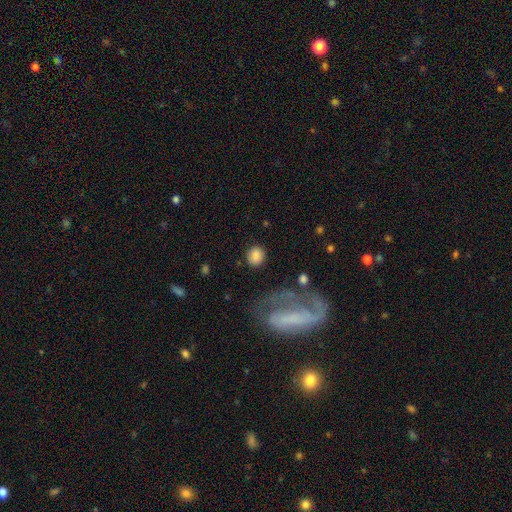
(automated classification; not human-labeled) smooth_or_featured: smooth (p=0.82) [alt: featured or disk p=0.09]
how_rounded: round (p=0.77) [alt: in between p=0.22]
merging: none (p=0.85) [alt: minor disturbance p=0.09]